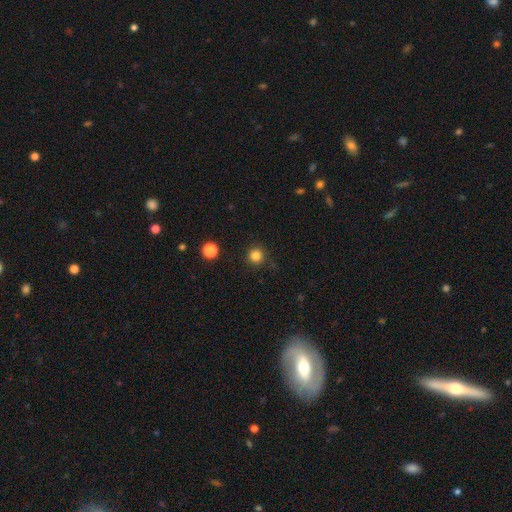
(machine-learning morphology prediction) Smooth or featured? smooth (83%)
How rounded? round (95%)
Merging? none (90%)